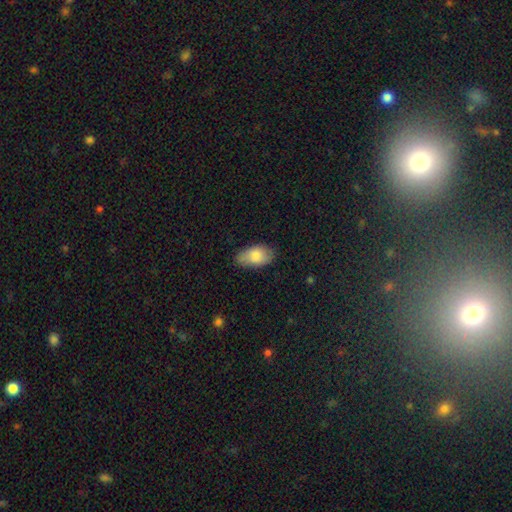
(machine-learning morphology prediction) type=smooth (82%); roundness=in between (93%); merging=none (72%).